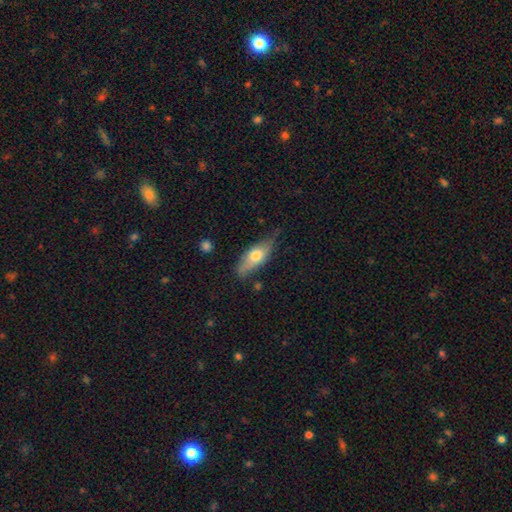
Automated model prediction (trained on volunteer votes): smooth_or_featured: smooth (p=0.61) [alt: featured or disk p=0.33]
how_rounded: in between (p=0.70) [alt: cigar-shaped p=0.27]
merging: none (p=0.64) [alt: minor disturbance p=0.27]